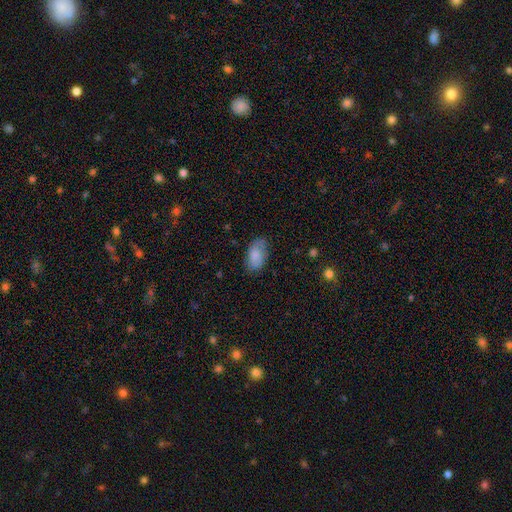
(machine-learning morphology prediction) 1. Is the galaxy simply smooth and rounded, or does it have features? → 82% smooth, 11% featured or disk, 7% star or artifact.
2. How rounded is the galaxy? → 94% in between, 4% round, 2% cigar-shaped.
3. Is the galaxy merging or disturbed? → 74% none, 20% minor disturbance, 5% major disturbance, 1% merger.